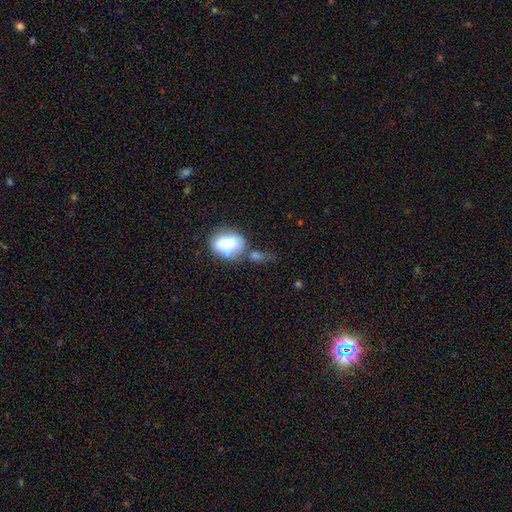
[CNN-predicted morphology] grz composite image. It shows a smooth galaxy with no disk features (72%) that is in between round and cigar-shaped (66%). Merging: none (36%).